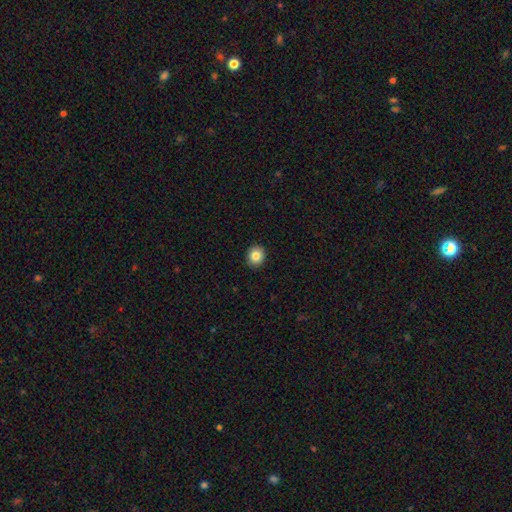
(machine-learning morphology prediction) smooth_or_featured: smooth (p=0.84) [alt: star or artifact p=0.09]
how_rounded: round (p=0.73) [alt: in between p=0.26]
merging: none (p=0.92) [alt: minor disturbance p=0.06]